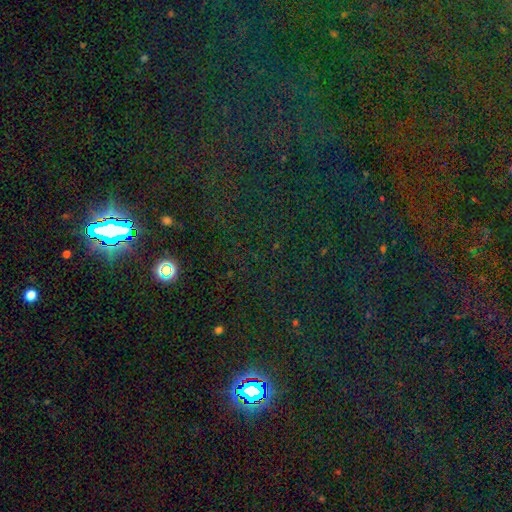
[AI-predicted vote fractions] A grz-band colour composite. It shows a star or artifact, not a galaxy (82%).